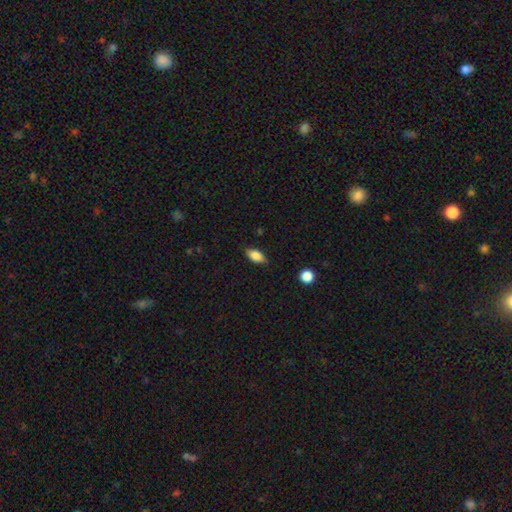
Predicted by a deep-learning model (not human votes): Morphology: type=smooth (84%); roundness=in between (88%); merging=none (82%).